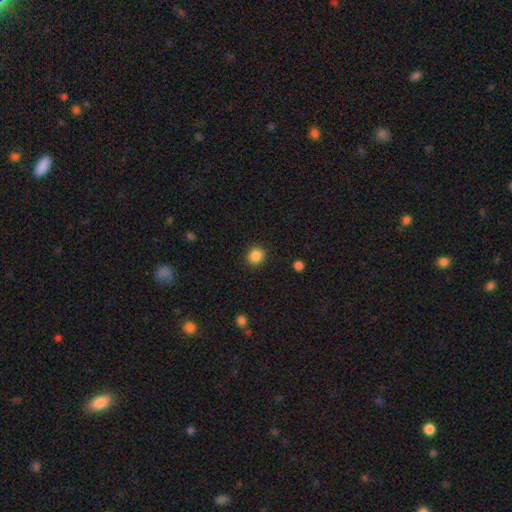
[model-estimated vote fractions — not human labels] Overall: smooth (87%). How rounded: round (83%). Merging: none (90%).